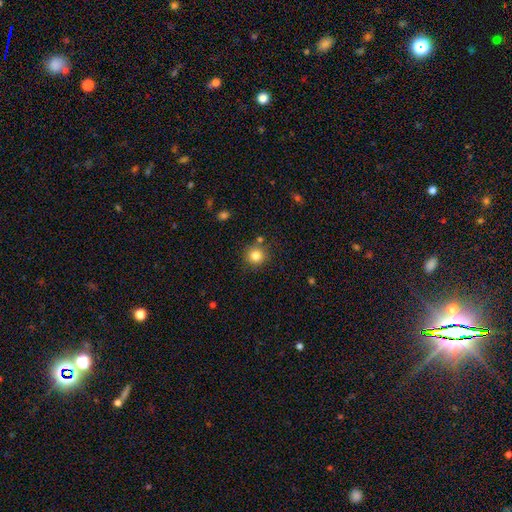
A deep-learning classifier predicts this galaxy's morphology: smooth-or-featured: smooth: 82% | star or artifact: 12% | featured or disk: 6%
  how-rounded: round: 91% | in between: 8% | cigar-shaped: 1%
  merging: none: 82% | minor disturbance: 9% | merger: 6% | major disturbance: 3%